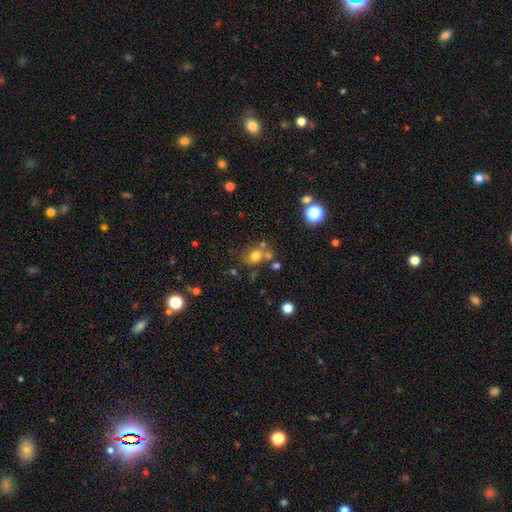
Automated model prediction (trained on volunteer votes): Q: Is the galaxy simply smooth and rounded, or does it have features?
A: smooth — 73%.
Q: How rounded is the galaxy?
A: round — 57%.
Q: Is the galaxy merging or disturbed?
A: none — 59%.